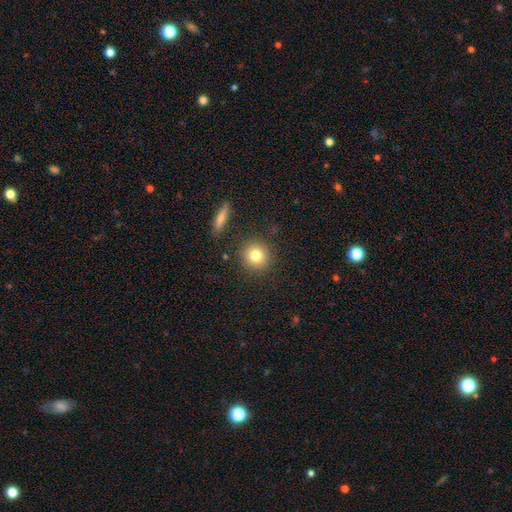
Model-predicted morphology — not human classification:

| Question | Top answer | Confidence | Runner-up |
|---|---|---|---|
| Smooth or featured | smooth | 80% | star or artifact (11%) |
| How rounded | round | 91% | in between (8%) |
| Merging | none | 87% | minor disturbance (8%) |